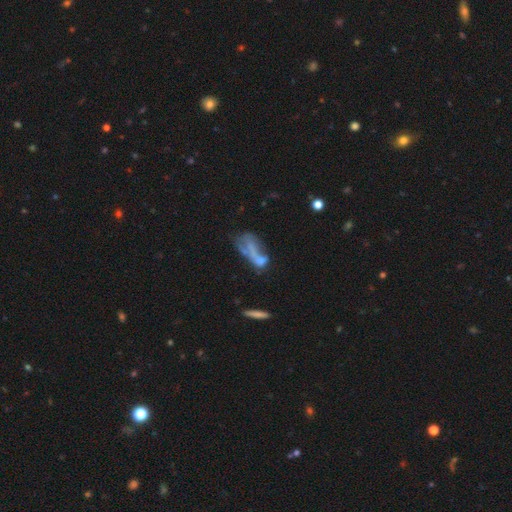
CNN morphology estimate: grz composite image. It shows a featured or disk galaxy (45%). Merging: merger (33%).